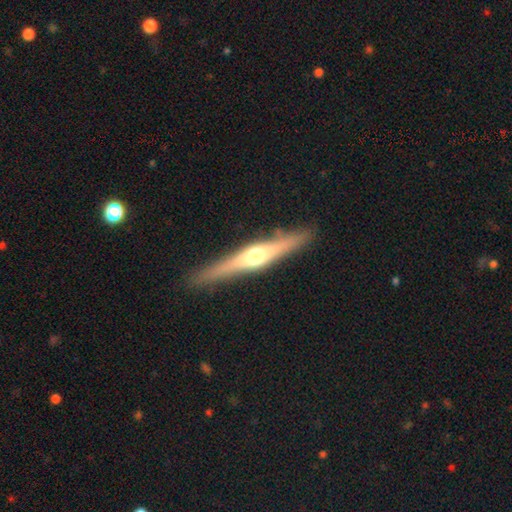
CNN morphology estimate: smooth_or_featured: featured or disk (p=0.69) [alt: smooth p=0.26]
disk_edge_on: yes (p=0.96) [alt: no p=0.04]
edge_on_bulge: rounded (p=0.91) [alt: boxy p=0.05]
merging: none (p=0.87) [alt: minor disturbance p=0.09]